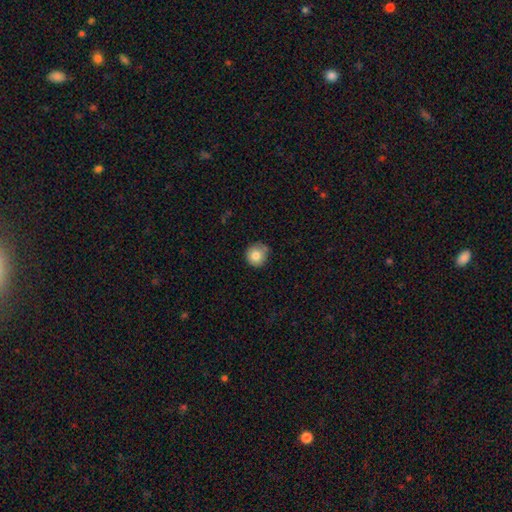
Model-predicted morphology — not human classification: Overall: smooth (81%). How rounded: round (92%). Merging: none (72%).